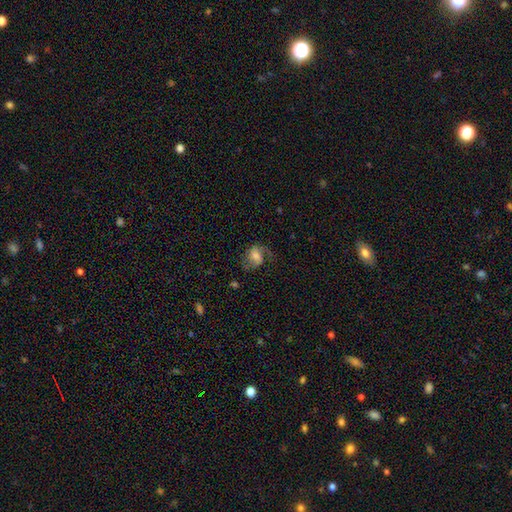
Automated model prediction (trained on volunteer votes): Overall: featured or disk (47%; smooth 44%). Merging: none (54%; minor disturbance 23%).